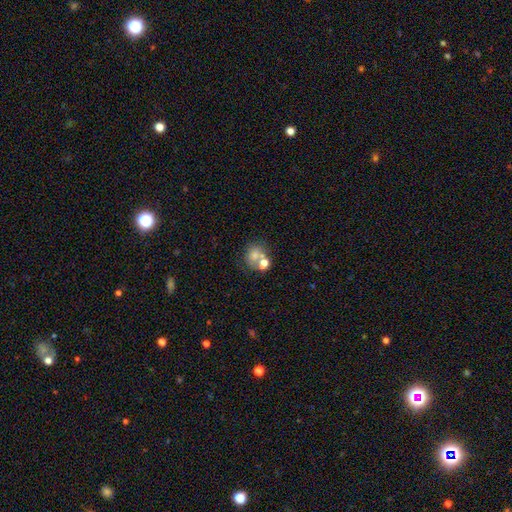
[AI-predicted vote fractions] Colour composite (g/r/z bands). It shows a smooth galaxy with no disk features (66%) that is round (72%). Merging: none (43%).